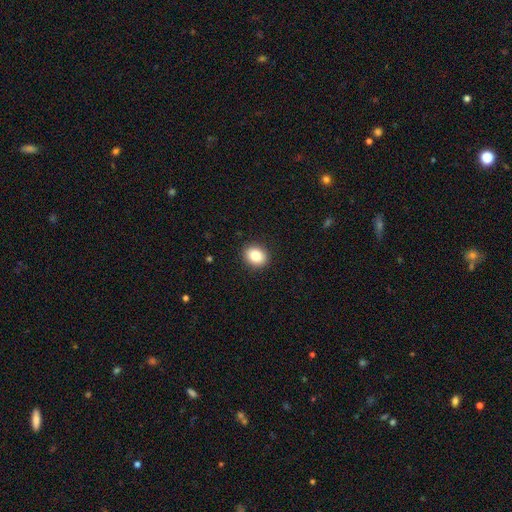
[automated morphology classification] The model was most divided on "how rounded": round: 51%, in between: 48%, cigar-shaped: 1%. More confident: merging — none (91%); smooth or featured — smooth (83%).